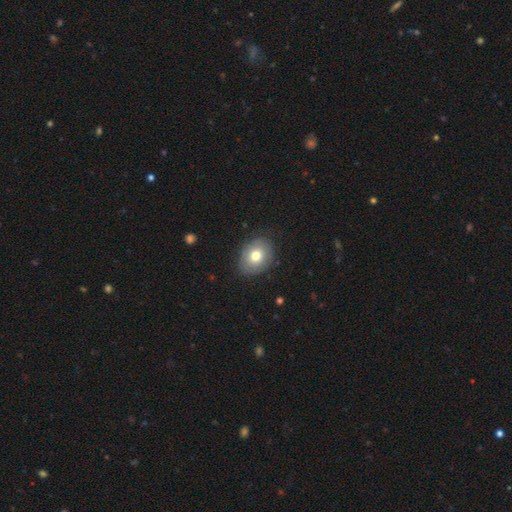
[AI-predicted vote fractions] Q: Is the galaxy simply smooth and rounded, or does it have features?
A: smooth — 72%.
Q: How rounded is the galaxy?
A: in between — 57%.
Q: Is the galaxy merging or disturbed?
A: none — 82%.